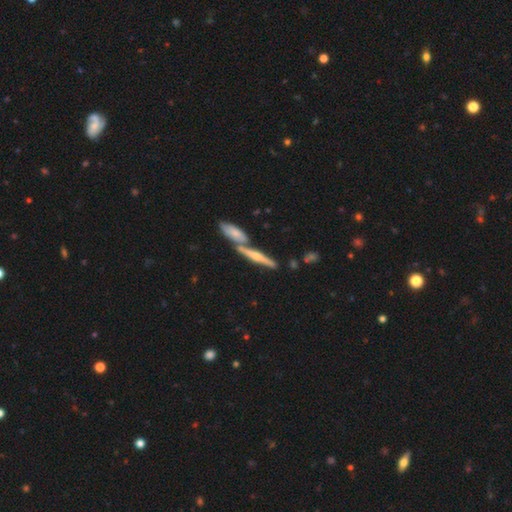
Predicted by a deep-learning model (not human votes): Smooth or featured: featured or disk — 67% (smooth — 26%)
Edge-on disk: yes — 96% (no — 4%)
Edge-on bulge: rounded — 86% (boxy — 7%)
Merging: none — 63% (merger — 26%)